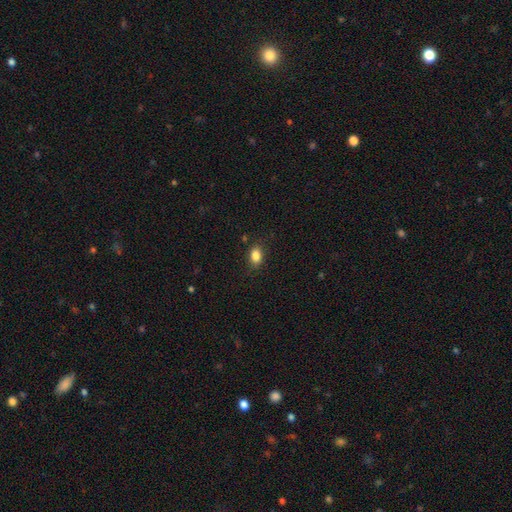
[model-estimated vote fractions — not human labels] Morphology: type=smooth (85%); roundness=in between (78%); merging=none (82%).